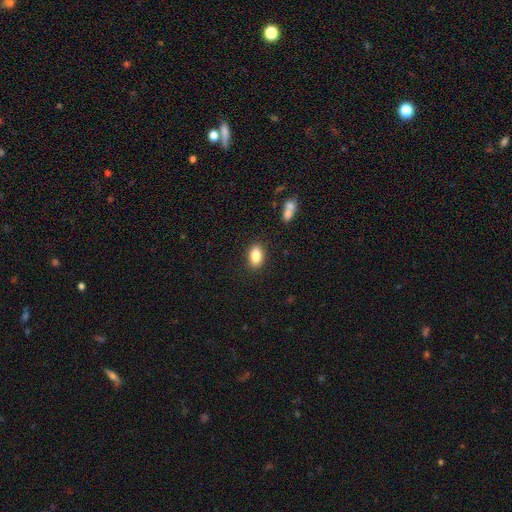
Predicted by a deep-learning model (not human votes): Q: Smooth or featured?
A: smooth (84%); runner-up: star or artifact (8%)
Q: How rounded?
A: in between (88%); runner-up: round (9%)
Q: Merging?
A: none (87%); runner-up: minor disturbance (9%)